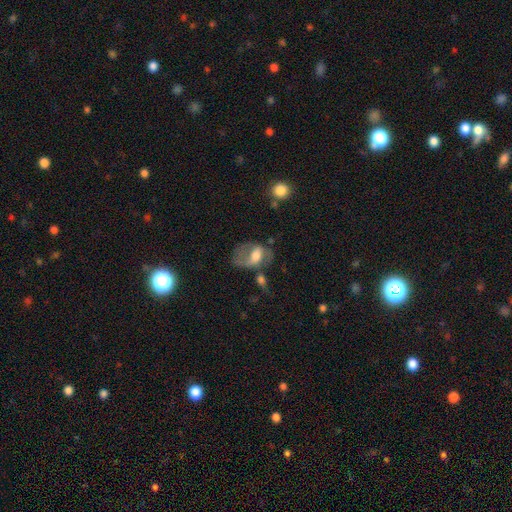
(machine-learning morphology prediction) Q: Smooth or featured?
A: featured or disk (54%); runner-up: smooth (38%)
Q: Edge-on disk?
A: no (94%); runner-up: yes (6%)
Q: Bar?
A: weak (41%); runner-up: no (32%)
Q: Spiral arms?
A: yes (59%); runner-up: no (41%)
Q: Bulge size?
A: moderate (53%); runner-up: large (25%)
Q: Merging?
A: none (37%); runner-up: major disturbance (28%)